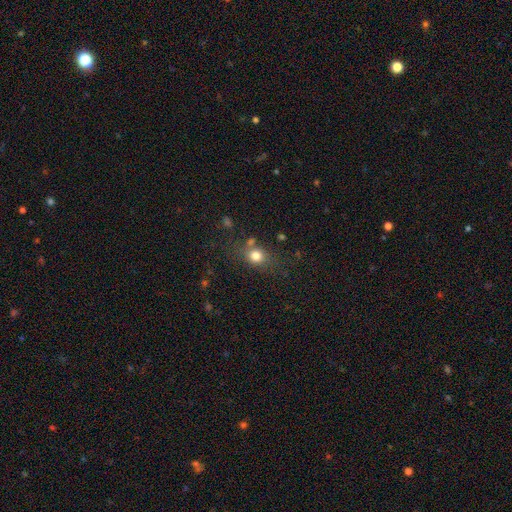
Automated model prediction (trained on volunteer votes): smooth_or_featured: smooth (p=0.78) [alt: star or artifact p=0.13]
how_rounded: round (p=0.66) [alt: in between p=0.33]
merging: none (p=0.67) [alt: minor disturbance p=0.16]